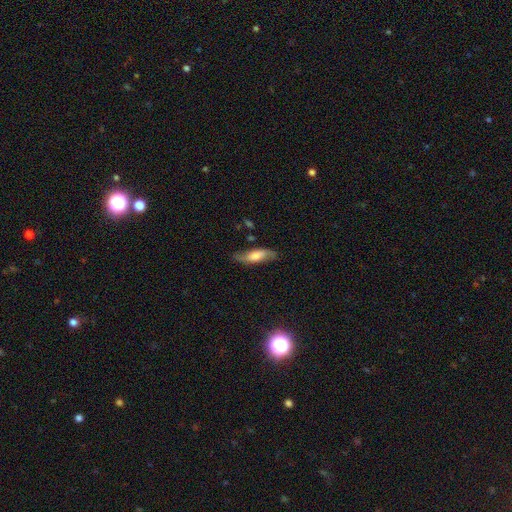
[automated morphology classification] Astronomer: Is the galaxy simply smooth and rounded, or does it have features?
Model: featured or disk — 47% (runner-up: smooth, 46%).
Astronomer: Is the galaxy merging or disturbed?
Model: none — 73%.